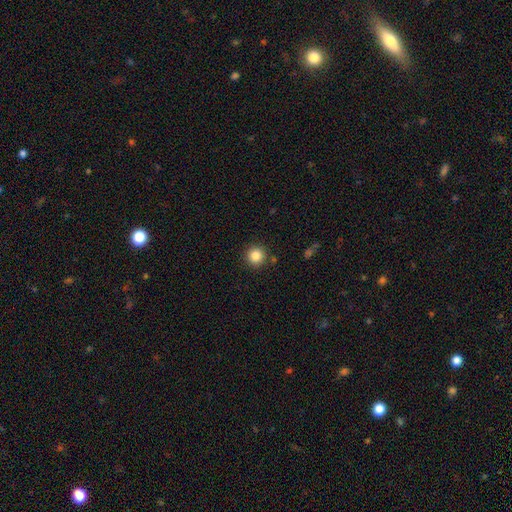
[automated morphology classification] The model was most divided on "smooth or featured": smooth: 85%, star or artifact: 10%, featured or disk: 5%. More confident: how rounded — round (95%); merging — none (89%).